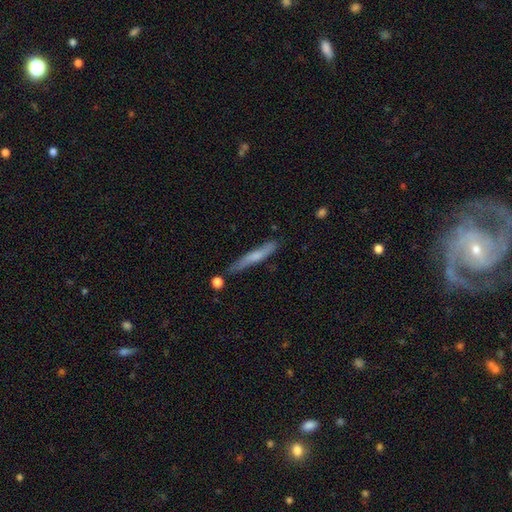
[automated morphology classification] A smooth galaxy with no disk features (55%) that is cigar-shaped (94%). Merging: none (75%).